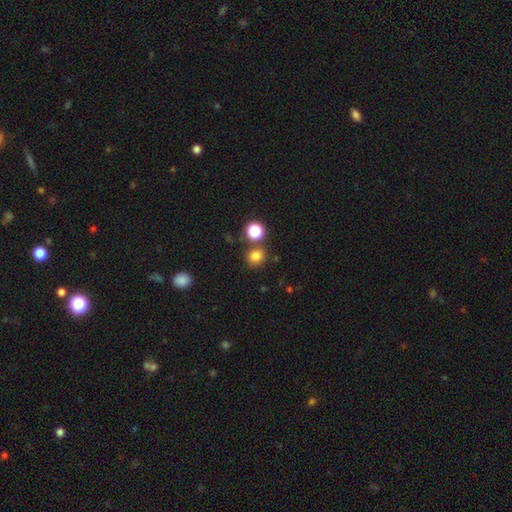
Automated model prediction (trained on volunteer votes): Smooth or featured: smooth — 80% (star or artifact — 15%)
How rounded: round — 84% (in between — 15%)
Merging: none — 76% (merger — 13%)